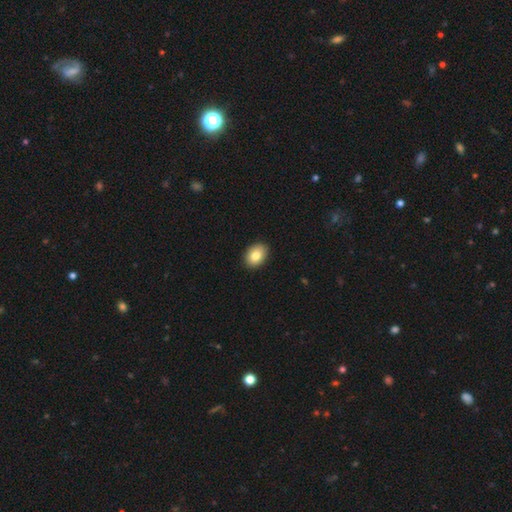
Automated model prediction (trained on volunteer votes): This appears to be a smooth galaxy with no disk features (83%) that is in between round and cigar-shaped (75%). Merging: none (90%).